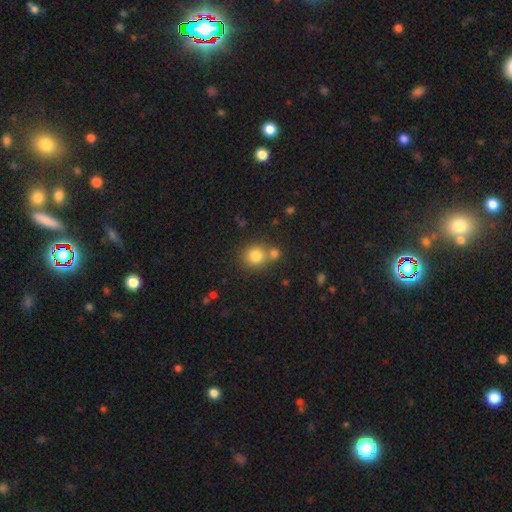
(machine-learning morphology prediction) smooth_or_featured: smooth (p=0.81) [alt: star or artifact p=0.12]
how_rounded: round (p=0.85) [alt: in between p=0.14]
merging: none (p=0.62) [alt: merger p=0.26]